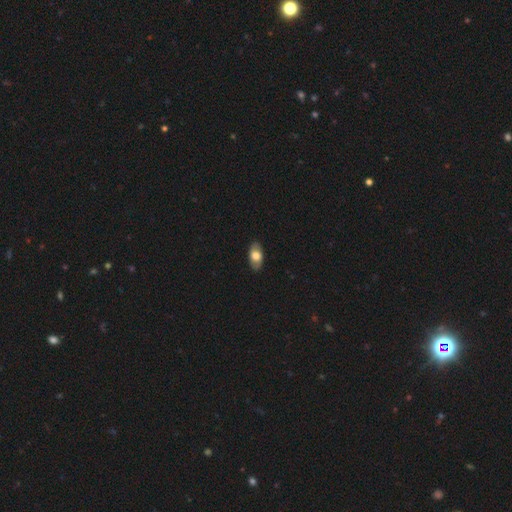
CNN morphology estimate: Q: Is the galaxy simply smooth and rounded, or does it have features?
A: smooth — 68%.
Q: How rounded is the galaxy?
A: in between — 92%.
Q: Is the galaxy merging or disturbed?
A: none — 87%.